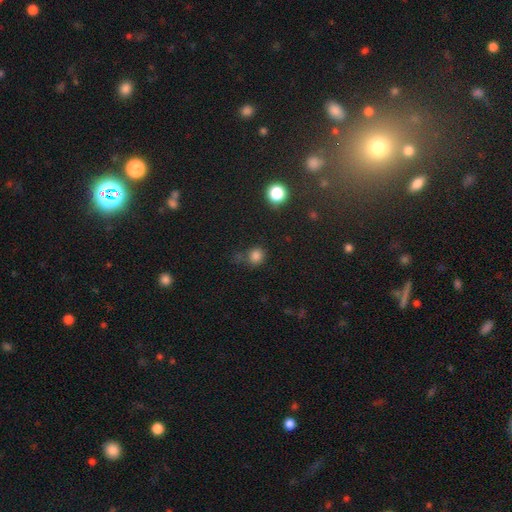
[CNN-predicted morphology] This appears to be a smooth galaxy with no disk features (79%) that is round (84%). Merging: none (69%).